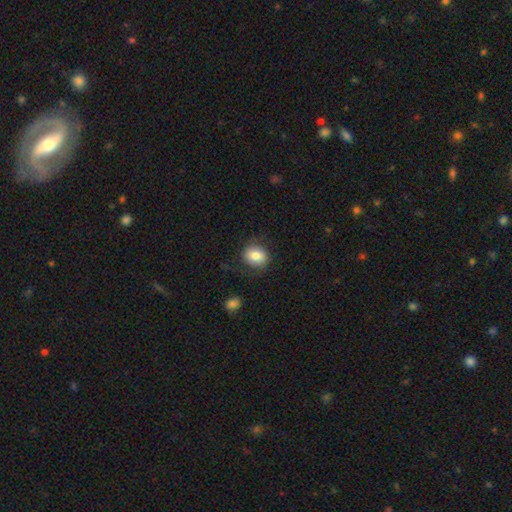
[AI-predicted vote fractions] The model was most divided on "how rounded": round: 65%, in between: 34%, cigar-shaped: 1%. More confident: smooth or featured — smooth (80%); merging — none (76%).